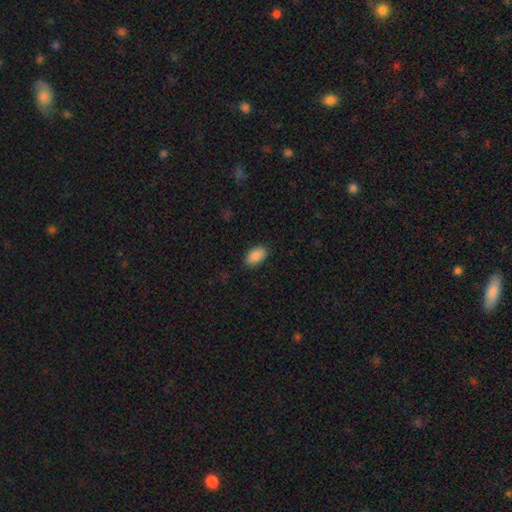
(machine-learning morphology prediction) smooth_or_featured: smooth (p=0.90) [alt: star or artifact p=0.07]
how_rounded: in between (p=0.93) [alt: round p=0.05]
merging: none (p=0.88) [alt: minor disturbance p=0.09]